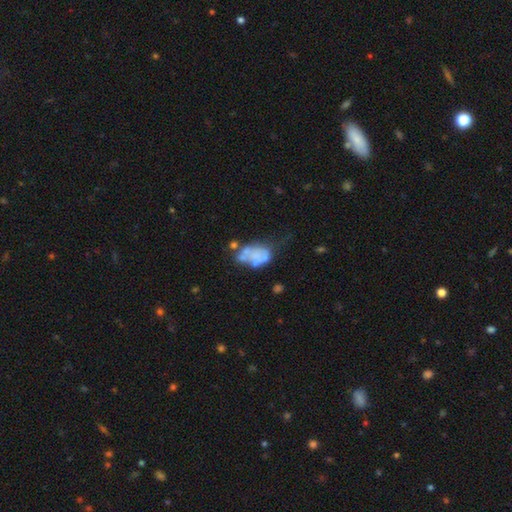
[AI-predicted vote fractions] Overall: featured or disk (50%; smooth 40%). Merging: major disturbance (27%; none 26%).